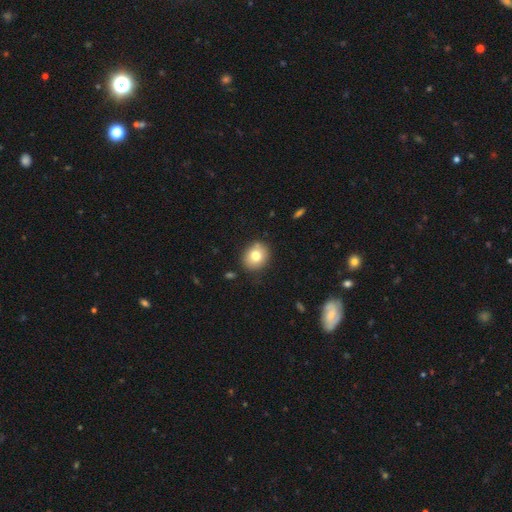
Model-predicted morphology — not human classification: A smooth galaxy with no disk features (76%) that is round (71%).

Vote fractions:
- Smooth or featured? smooth: 76% / featured or disk: 14% / star or artifact: 10%
- How rounded? round: 71% / in between: 28% / cigar-shaped: 1%
- Merging? none: 84% / minor disturbance: 12% / major disturbance: 3% / merger: 2%